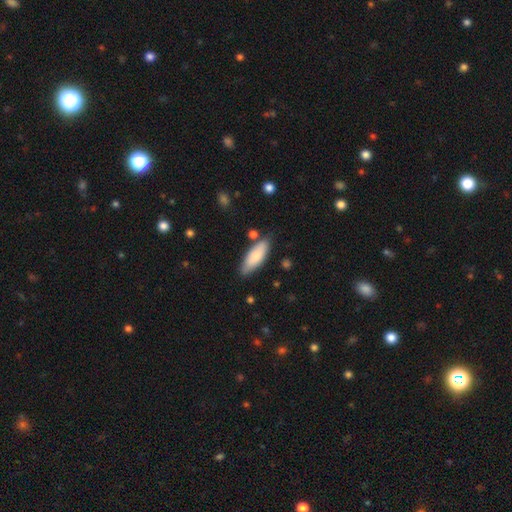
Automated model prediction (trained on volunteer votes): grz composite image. It shows a smooth galaxy with no disk features (78%) that is in between round and cigar-shaped (68%). Merging: none (76%).